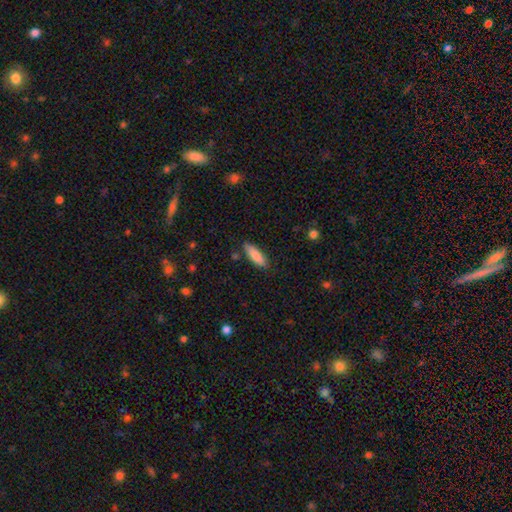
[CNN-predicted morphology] smooth_or_featured: smooth (p=0.84) [alt: featured or disk p=0.10]
how_rounded: cigar-shaped (p=0.54) [alt: in between p=0.45]
merging: none (p=0.82) [alt: minor disturbance p=0.13]